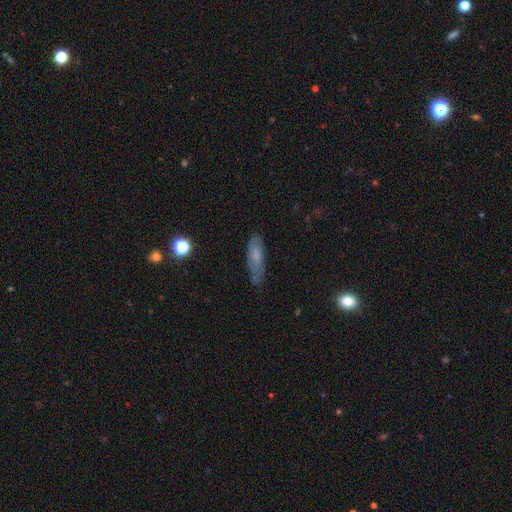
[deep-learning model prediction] Overall: smooth (60%; featured or disk 30%). How rounded: in between (52%; cigar-shaped 46%). Merging: none (68%).